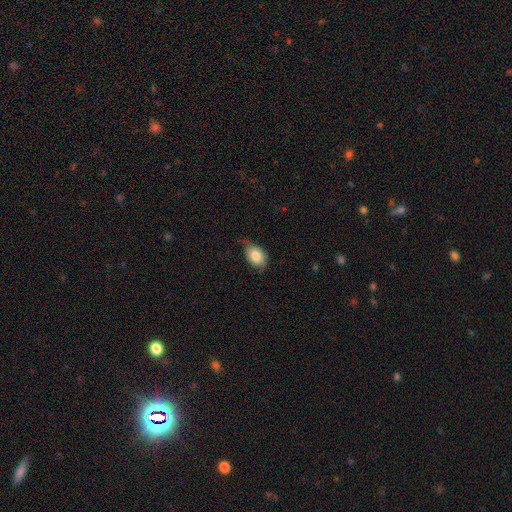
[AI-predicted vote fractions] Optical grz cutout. It shows a smooth galaxy with no disk features (81%) that is in between round and cigar-shaped (79%). Merging: none (50%).